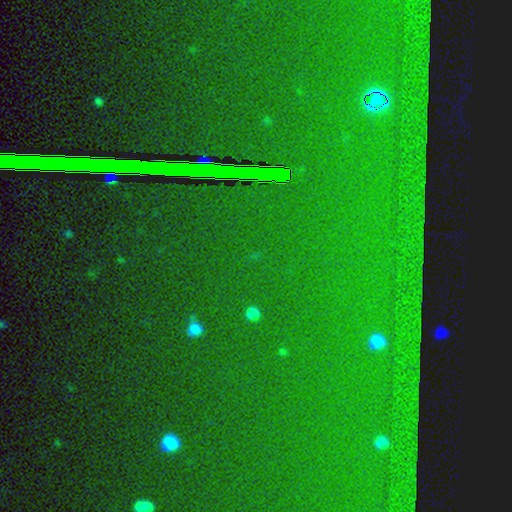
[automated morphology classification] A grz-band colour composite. It shows a star or artifact, not a galaxy (84%).